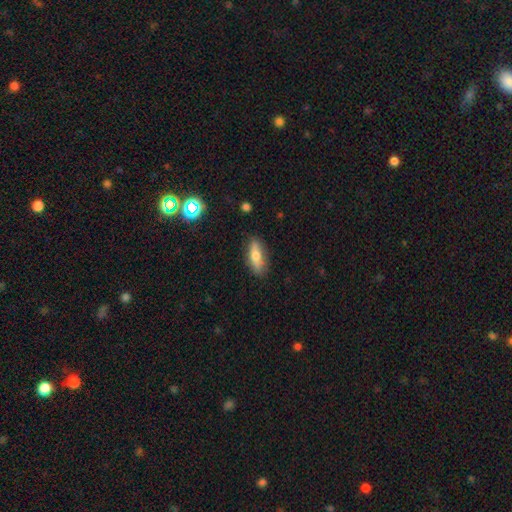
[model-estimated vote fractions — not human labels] The model was most divided on "how rounded": in between: 60%, cigar-shaped: 36%, round: 3%. More confident: merging — none (81%); smooth or featured — smooth (61%).